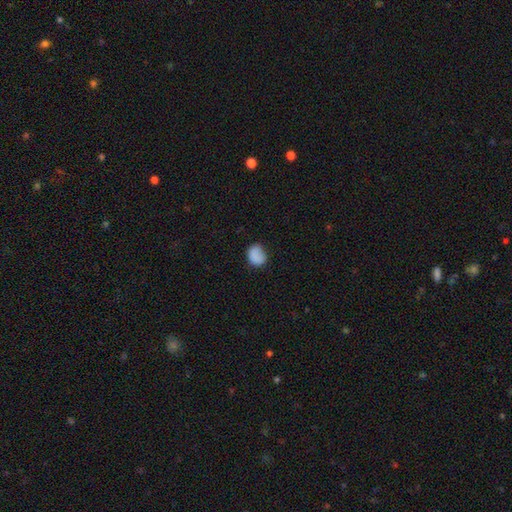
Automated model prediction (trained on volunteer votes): The model was most divided on "how rounded": round: 54%, in between: 45%, cigar-shaped: 1%. More confident: smooth or featured — smooth (85%); merging — none (69%).